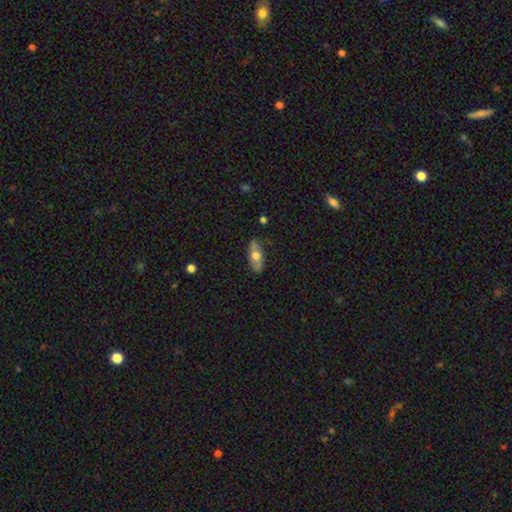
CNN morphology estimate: smooth-or-featured: smooth: 60% | featured or disk: 34% | star or artifact: 6%
  how-rounded: in between: 84% | cigar-shaped: 12% | round: 4%
  merging: none: 81% | minor disturbance: 14% | major disturbance: 3% | merger: 2%